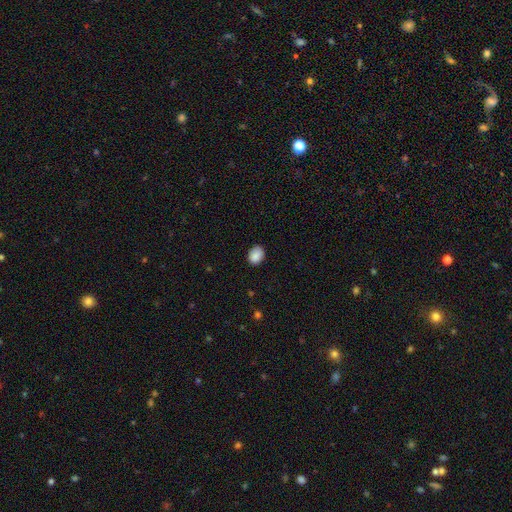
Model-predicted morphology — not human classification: A smooth galaxy with no disk features (89%) that is in between round and cigar-shaped (56%). Merging: none (83%).